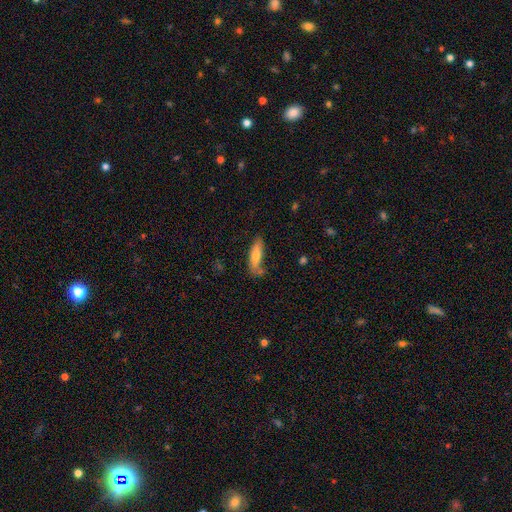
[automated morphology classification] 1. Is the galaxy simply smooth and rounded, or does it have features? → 68% smooth, 25% featured or disk, 7% star or artifact.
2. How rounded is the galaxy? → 56% cigar-shaped, 42% in between, 2% round.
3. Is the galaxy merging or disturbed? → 63% none, 23% minor disturbance, 8% merger, 7% major disturbance.